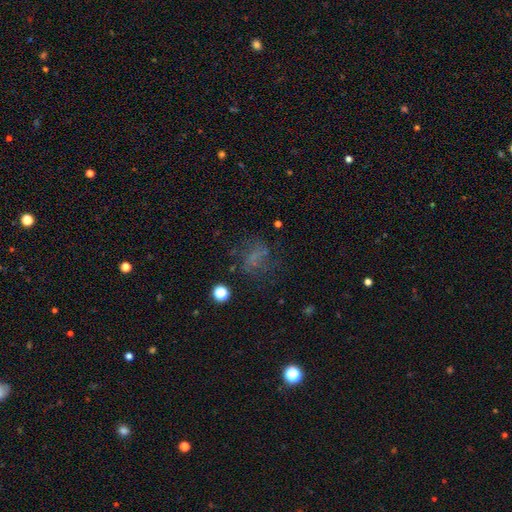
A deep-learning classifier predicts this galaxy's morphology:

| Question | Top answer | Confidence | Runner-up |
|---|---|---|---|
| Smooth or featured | smooth | 39% | featured or disk (33%) |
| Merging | none | 55% | major disturbance (23%) |